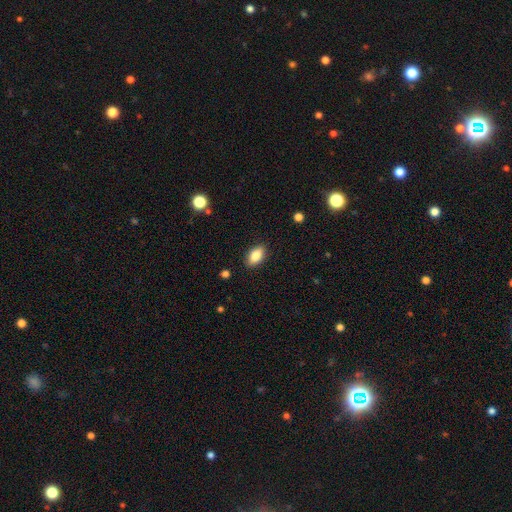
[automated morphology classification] smooth 82%, featured or disk 10%, star or artifact 8%. Down the decision tree: how rounded — in between (89%); merging — none (88%).